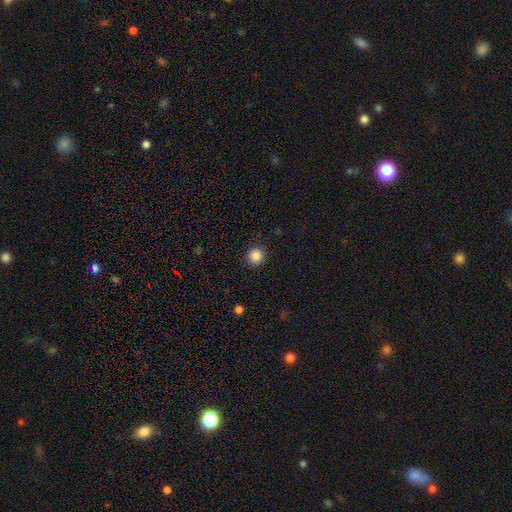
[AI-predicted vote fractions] A smooth galaxy with no disk features (87%) that is round (93%). Merging: none (91%).